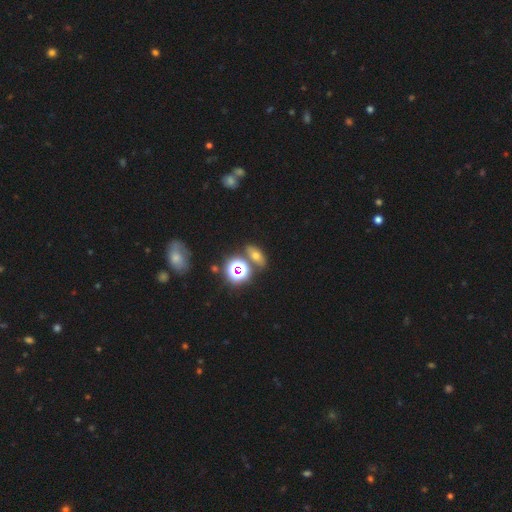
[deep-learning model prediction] A smooth galaxy with no disk features (48%).

Vote fractions:
- Smooth or featured? smooth: 48% / star or artifact: 34% / featured or disk: 18%
- Merging? none: 77% / minor disturbance: 11% / merger: 9% / major disturbance: 4%